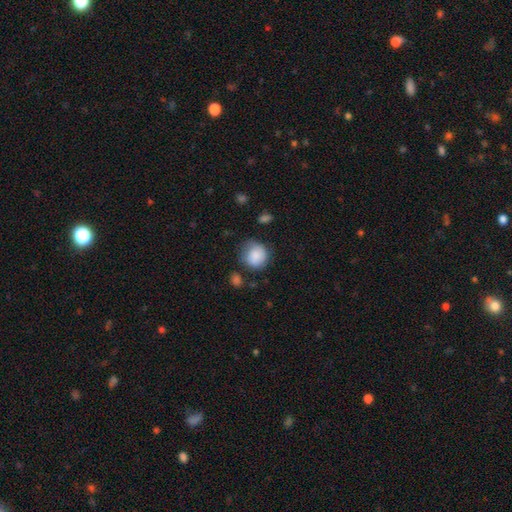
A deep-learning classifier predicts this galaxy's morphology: smooth 83%, featured or disk 10%, star or artifact 7%. Down the decision tree: how rounded — round (84%); merging — none (59%).